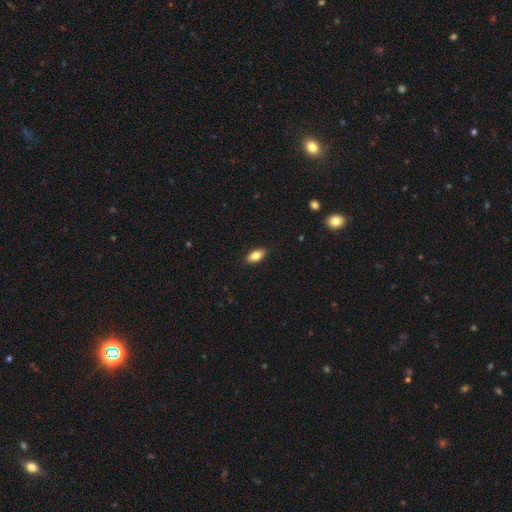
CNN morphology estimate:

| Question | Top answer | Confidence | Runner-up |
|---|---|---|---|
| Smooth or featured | smooth | 78% | featured or disk (15%) |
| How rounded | in between | 88% | cigar-shaped (8%) |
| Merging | none | 89% | minor disturbance (8%) |